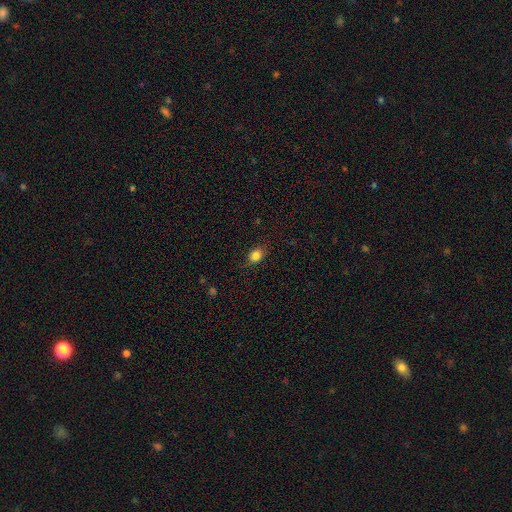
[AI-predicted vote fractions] smooth-or-featured: smooth: 84% | star or artifact: 10% | featured or disk: 5%
  how-rounded: in between: 53% | round: 46% | cigar-shaped: 1%
  merging: none: 82% | minor disturbance: 14% | major disturbance: 3% | merger: 1%